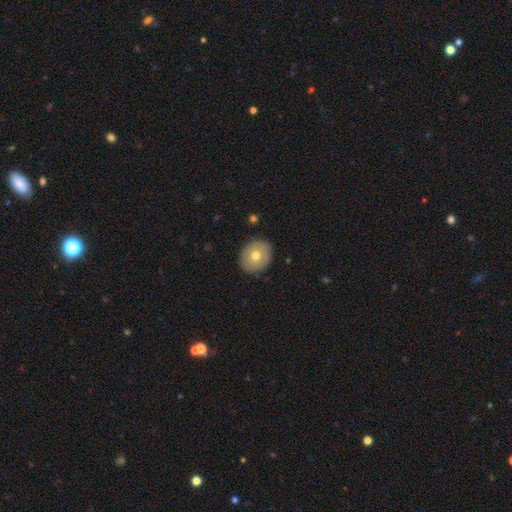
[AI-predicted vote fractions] Smooth or featured: smooth — 68% (featured or disk — 24%)
How rounded: round — 70% (in between — 29%)
Merging: none — 88% (minor disturbance — 9%)